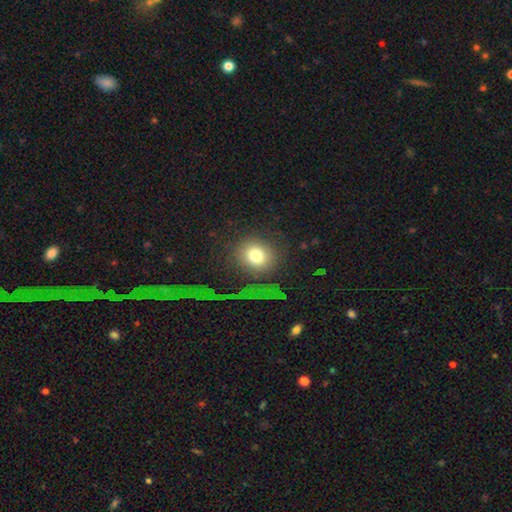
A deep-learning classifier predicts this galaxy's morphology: A smooth galaxy with no disk features (76%) that is round (77%).

Vote fractions:
- Smooth or featured? smooth: 76% / featured or disk: 13% / star or artifact: 11%
- How rounded? round: 77% / in between: 21% / cigar-shaped: 1%
- Merging? none: 65% / major disturbance: 18% / minor disturbance: 12% / merger: 5%